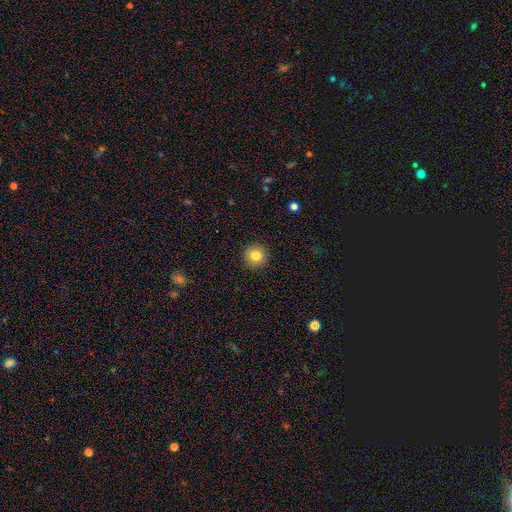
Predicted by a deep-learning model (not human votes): This appears to be a smooth galaxy with no disk features (83%) that is round (94%). Merging: none (91%).